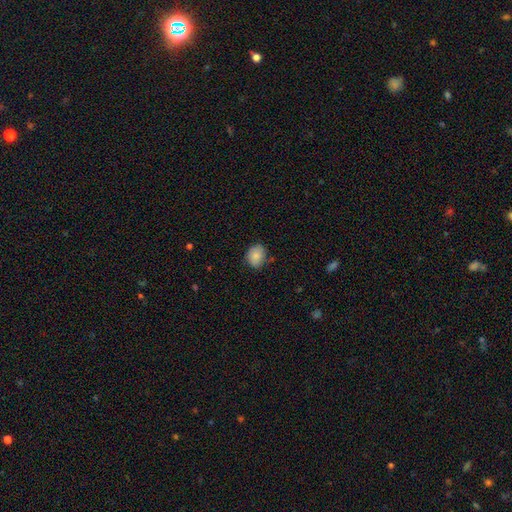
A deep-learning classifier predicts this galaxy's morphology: The model was most divided on "how rounded": round: 52%, in between: 47%, cigar-shaped: 1%. More confident: smooth or featured — smooth (84%); merging — none (75%).